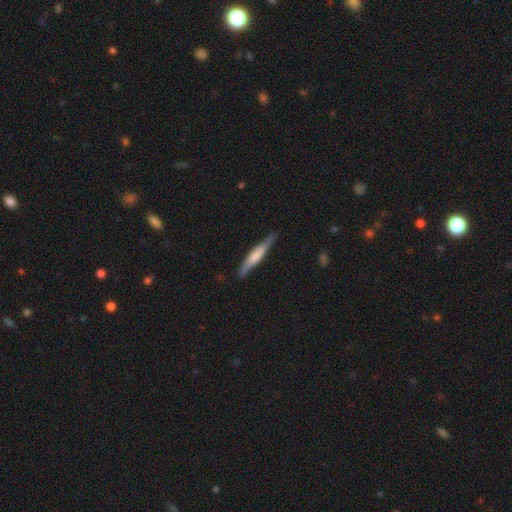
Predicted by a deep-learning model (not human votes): smooth 56%, featured or disk 39%, star or artifact 5%. Down the decision tree: how rounded — cigar-shaped (92%); merging — none (85%).